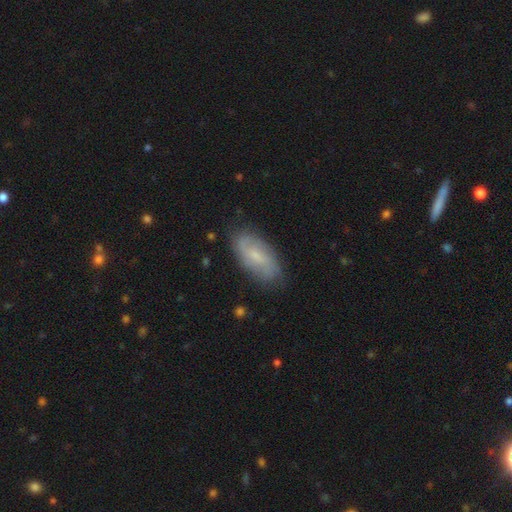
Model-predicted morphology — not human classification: Q: Smooth or featured?
A: featured or disk (53%); runner-up: smooth (39%)
Q: Edge-on disk?
A: no (91%); runner-up: yes (9%)
Q: Merging?
A: none (79%); runner-up: minor disturbance (16%)